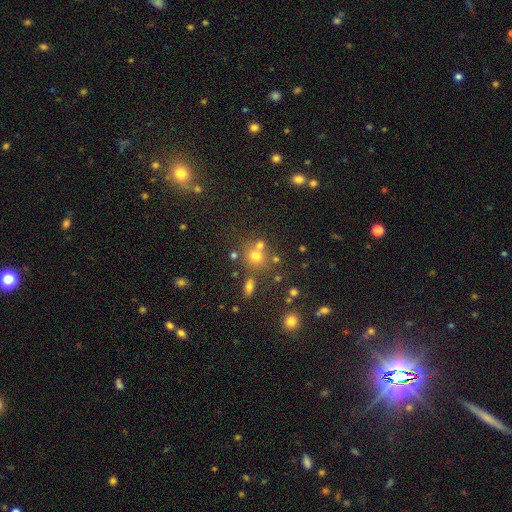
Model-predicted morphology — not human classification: Smooth or featured? smooth (66%)
How rounded? round (81%)
Merging? none (56%)